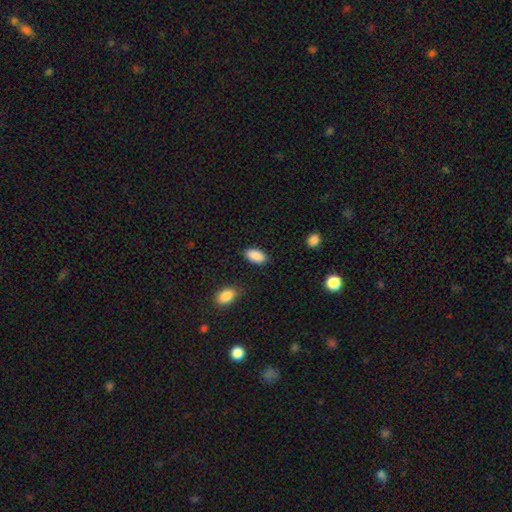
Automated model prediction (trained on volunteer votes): smooth-or-featured: smooth: 90% | star or artifact: 7% | featured or disk: 4%
  how-rounded: in between: 94% | round: 3% | cigar-shaped: 3%
  merging: none: 86% | minor disturbance: 10% | major disturbance: 2% | merger: 2%